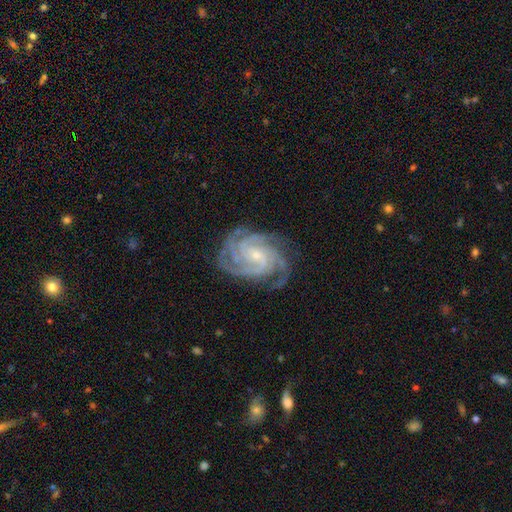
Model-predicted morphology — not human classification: Overall: featured or disk (91%). Edge-on disk: no (98%). Bar: no (55%; weak 35%). Spiral arms: yes (99%). Spiral arm count: 4 (44%; 3 20%). Spiral winding: tight (72%). Bulge size: small (73%). Merging: none (78%).